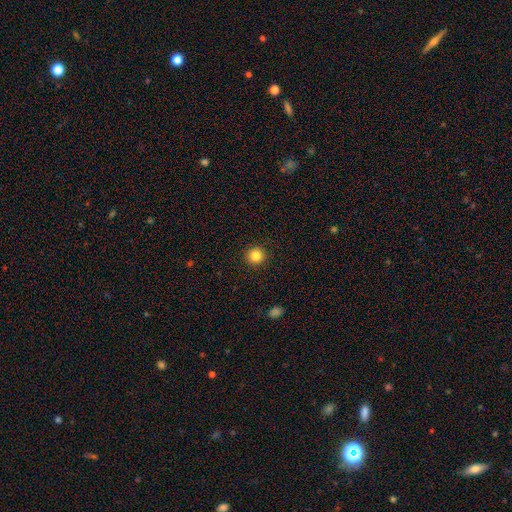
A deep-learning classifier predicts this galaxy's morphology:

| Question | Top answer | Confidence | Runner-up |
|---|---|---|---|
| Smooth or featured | smooth | 84% | star or artifact (11%) |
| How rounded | round | 94% | in between (5%) |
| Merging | none | 93% | minor disturbance (5%) |